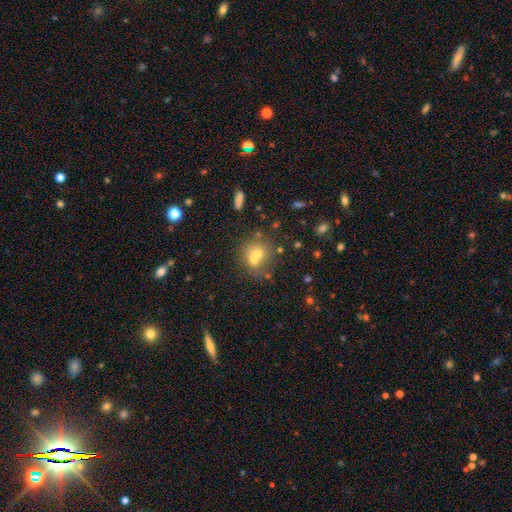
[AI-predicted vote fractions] smooth-or-featured: smooth: 62% | featured or disk: 23% | star or artifact: 15%
  how-rounded: round: 72% | in between: 27% | cigar-shaped: 1%
  merging: merger: 50% | none: 36% | minor disturbance: 9% | major disturbance: 5%